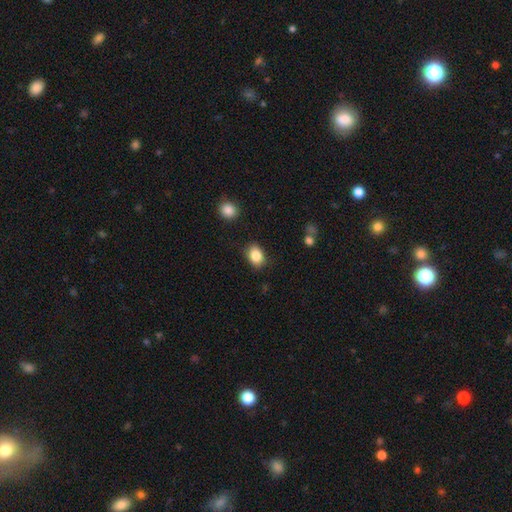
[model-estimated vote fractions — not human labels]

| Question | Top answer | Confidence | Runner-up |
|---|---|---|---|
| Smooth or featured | smooth | 86% | star or artifact (9%) |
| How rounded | in between | 73% | round (26%) |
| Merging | none | 84% | minor disturbance (11%) |